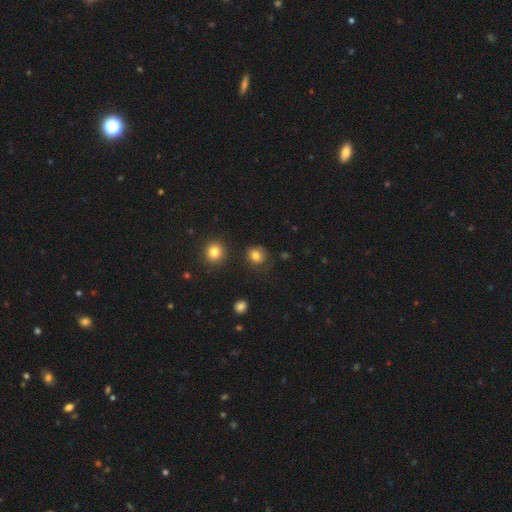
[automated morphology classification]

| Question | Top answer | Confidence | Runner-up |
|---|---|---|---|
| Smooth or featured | smooth | 79% | star or artifact (12%) |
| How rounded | round | 82% | in between (17%) |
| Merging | none | 78% | minor disturbance (14%) |